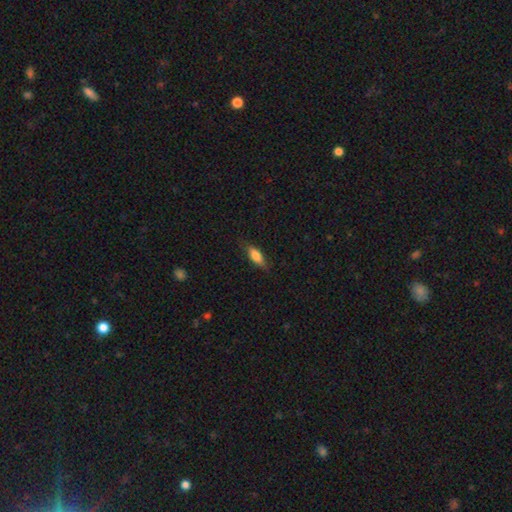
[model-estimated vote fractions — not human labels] A smooth galaxy with no disk features (72%) that is in between round and cigar-shaped (61%).

Vote fractions:
- Smooth or featured? smooth: 72% / featured or disk: 21% / star or artifact: 7%
- How rounded? in between: 61% / cigar-shaped: 36% / round: 3%
- Merging? none: 78% / minor disturbance: 18% / major disturbance: 4% / merger: 1%